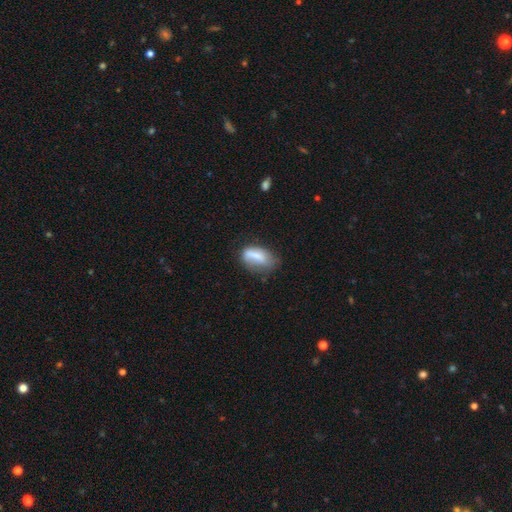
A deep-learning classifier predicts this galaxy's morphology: smooth 70%, featured or disk 22%, star or artifact 8%. Down the decision tree: how rounded — in between (86%); merging — none (42%).